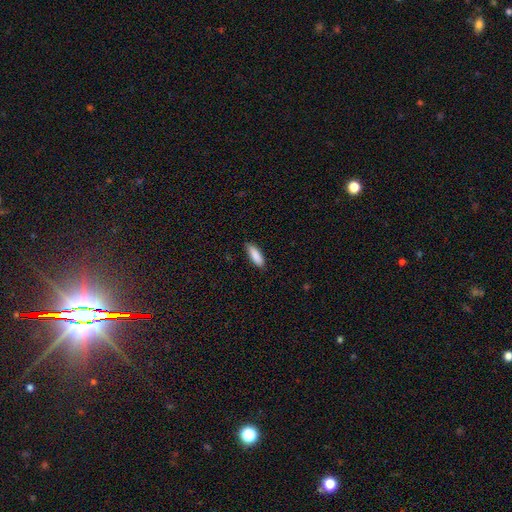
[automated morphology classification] Smooth or featured? Predicted: smooth (p=0.87). How rounded? Predicted: in between (p=0.54). Merging? Predicted: none (p=0.85).